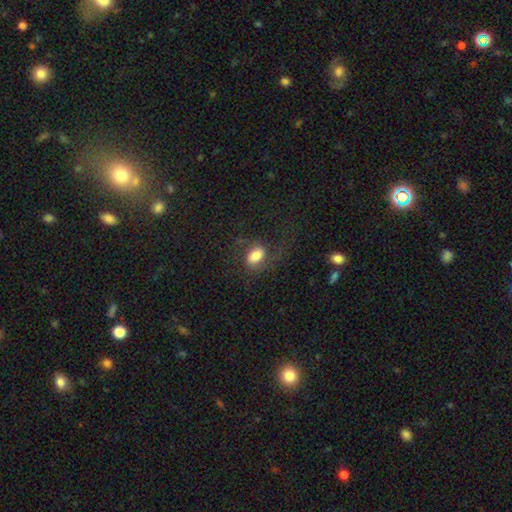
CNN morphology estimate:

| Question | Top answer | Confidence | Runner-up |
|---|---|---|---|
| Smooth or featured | smooth | 61% | featured or disk (27%) |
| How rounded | in between | 84% | round (14%) |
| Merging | none | 58% | major disturbance (22%) |